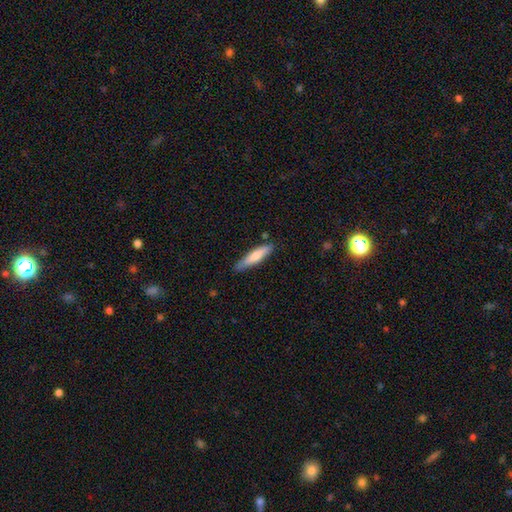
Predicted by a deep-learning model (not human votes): Overall: smooth (67%; featured or disk 28%). How rounded: cigar-shaped (82%). Merging: none (82%).